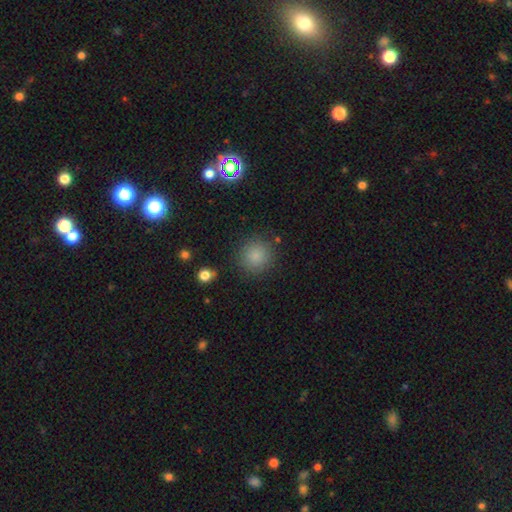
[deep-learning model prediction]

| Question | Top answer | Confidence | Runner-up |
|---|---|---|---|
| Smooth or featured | smooth | 83% | star or artifact (12%) |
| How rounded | round | 93% | in between (6%) |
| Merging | none | 86% | minor disturbance (8%) |